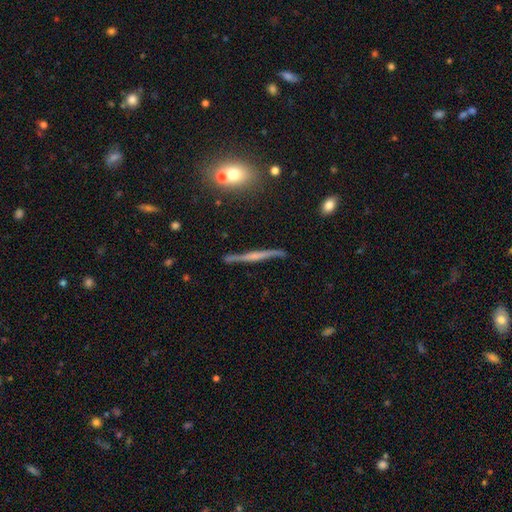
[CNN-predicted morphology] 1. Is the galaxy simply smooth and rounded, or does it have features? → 72% featured or disk, 20% smooth, 8% star or artifact.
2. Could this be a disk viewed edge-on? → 94% yes, 6% no.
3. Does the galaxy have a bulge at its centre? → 47% rounded, 34% none, 19% boxy.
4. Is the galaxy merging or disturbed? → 82% none, 13% minor disturbance, 3% major disturbance, 2% merger.